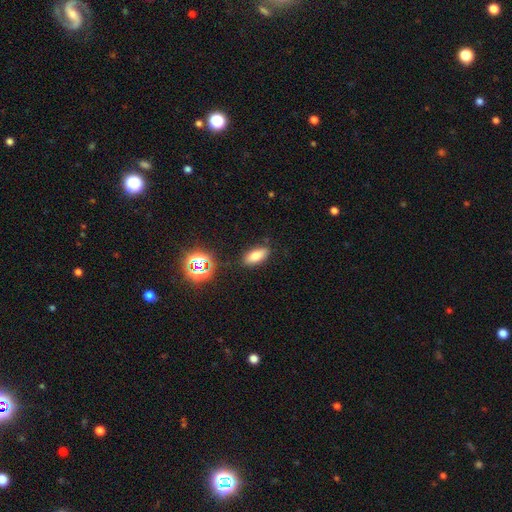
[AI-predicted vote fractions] Smooth or featured? Predicted: smooth (p=0.74). How rounded? Predicted: in between (p=0.80). Merging? Predicted: none (p=0.85).